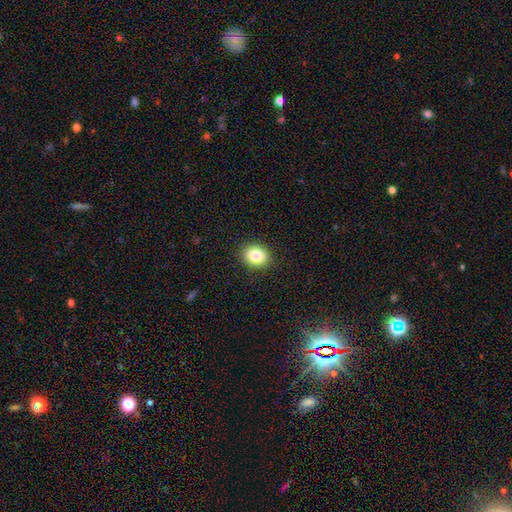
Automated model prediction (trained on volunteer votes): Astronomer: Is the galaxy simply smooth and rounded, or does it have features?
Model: smooth — 85%.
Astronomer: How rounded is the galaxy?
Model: round — 56% (runner-up: in between, 43%).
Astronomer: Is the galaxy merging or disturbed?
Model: none — 90%.